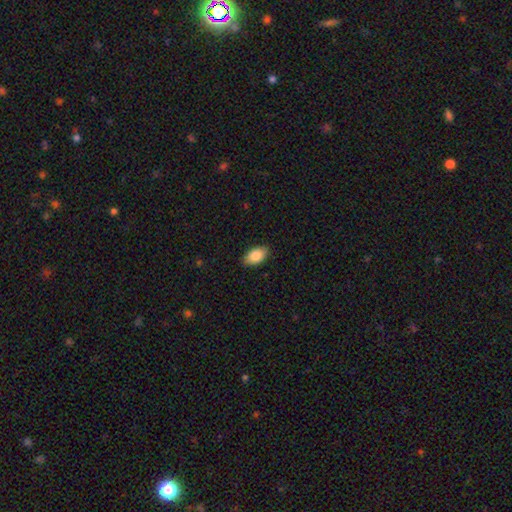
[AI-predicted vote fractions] Smooth or featured? Predicted: smooth (p=0.87). How rounded? Predicted: in between (p=0.94). Merging? Predicted: none (p=0.87).